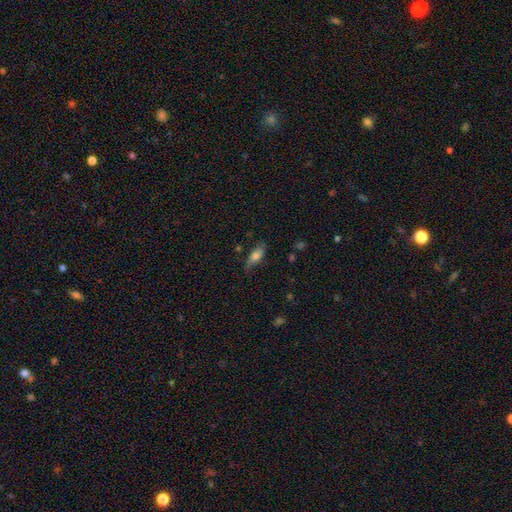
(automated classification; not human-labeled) This is likely a smooth galaxy (67%). How rounded: likely in between (74%). Merging: likely none (61%).